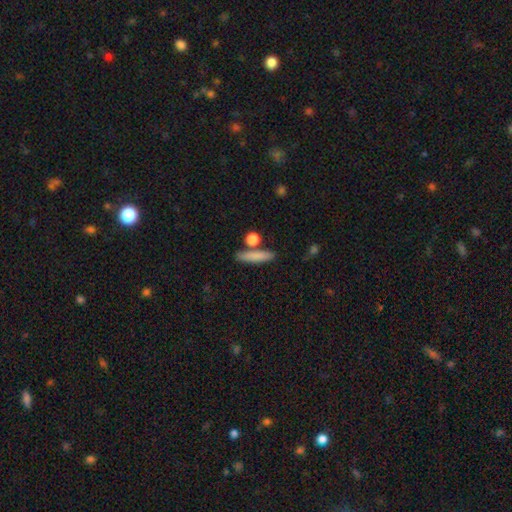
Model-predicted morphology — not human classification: The model was most divided on "how rounded": cigar-shaped: 75%, in between: 16%, round: 9%. More confident: smooth or featured — smooth (79%); merging — none (77%).